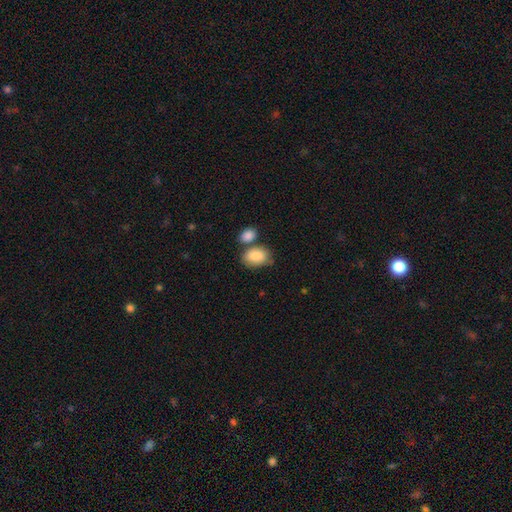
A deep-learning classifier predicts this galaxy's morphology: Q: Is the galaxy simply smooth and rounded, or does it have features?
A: smooth — 86%.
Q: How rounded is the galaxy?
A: in between — 85%.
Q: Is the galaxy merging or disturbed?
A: none — 52%.